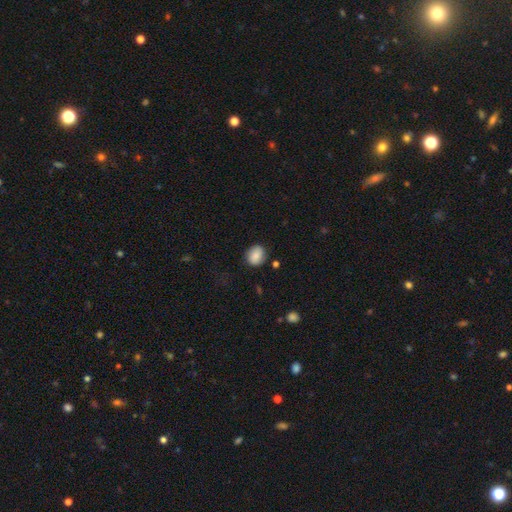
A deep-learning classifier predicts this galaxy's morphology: Smooth or featured?
  - smooth: 84% *
  - star or artifact: 8%
  - featured or disk: 8%
How rounded?
  - round: 66% *
  - in between: 33%
  - cigar-shaped: 1%
Merging?
  - none: 83% *
  - minor disturbance: 12%
  - major disturbance: 3%
  - merger: 2%